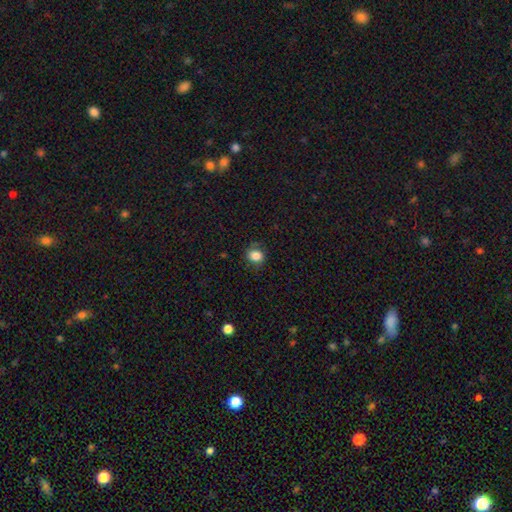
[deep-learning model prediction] This appears to be a smooth galaxy with no disk features (84%) that is round (65%). Merging: none (72%).